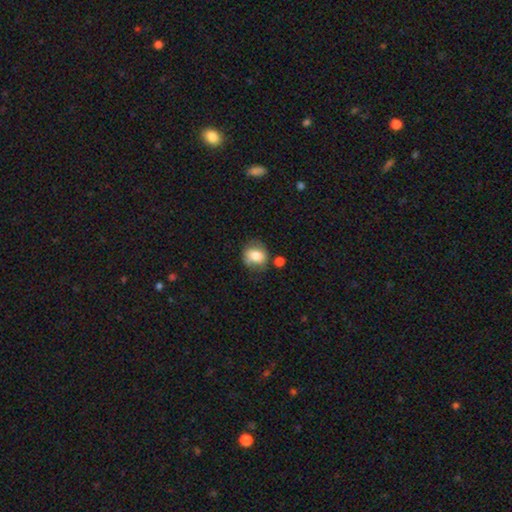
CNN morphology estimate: Smooth or featured?
  - smooth: 76% *
  - featured or disk: 16%
  - star or artifact: 8%
How rounded?
  - round: 62% *
  - in between: 36%
  - cigar-shaped: 1%
Merging?
  - none: 62% *
  - minor disturbance: 22%
  - merger: 9%
  - major disturbance: 7%